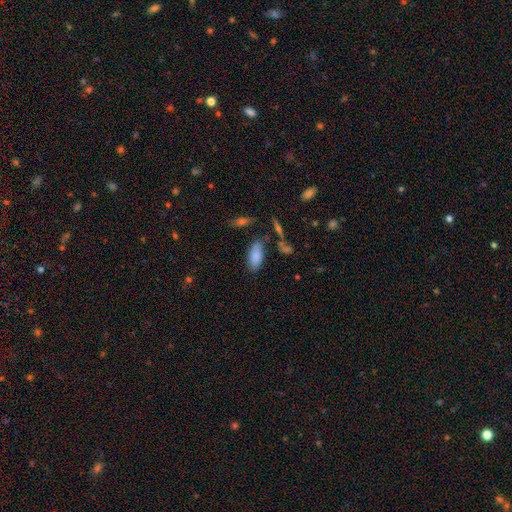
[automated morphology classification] This appears to be a smooth galaxy with no disk features (84%) that is in between round and cigar-shaped (88%). Merging: none (73%).